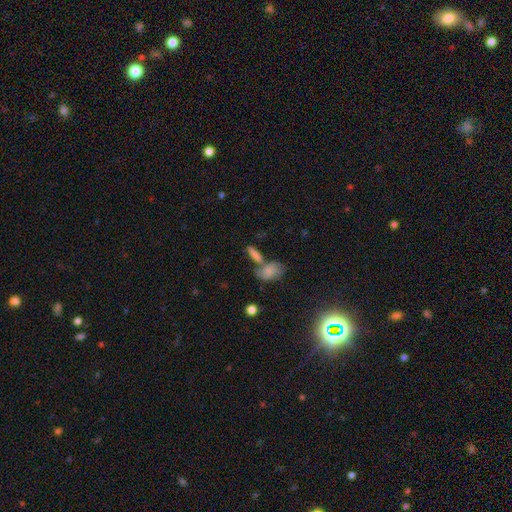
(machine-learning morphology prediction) smooth-or-featured: smooth: 70% | featured or disk: 17% | star or artifact: 14%
  how-rounded: in between: 65% | cigar-shaped: 27% | round: 7%
  merging: none: 45% | merger: 37% | minor disturbance: 12% | major disturbance: 6%